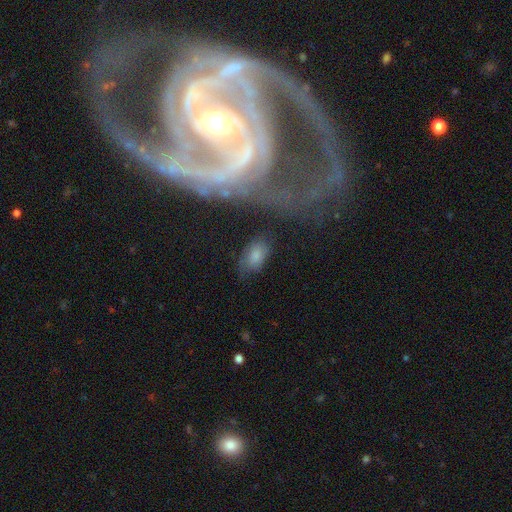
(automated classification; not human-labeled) Smooth or featured: smooth — 78% (featured or disk — 13%)
How rounded: in between — 92% (round — 6%)
Merging: none — 59% (minor disturbance — 26%)